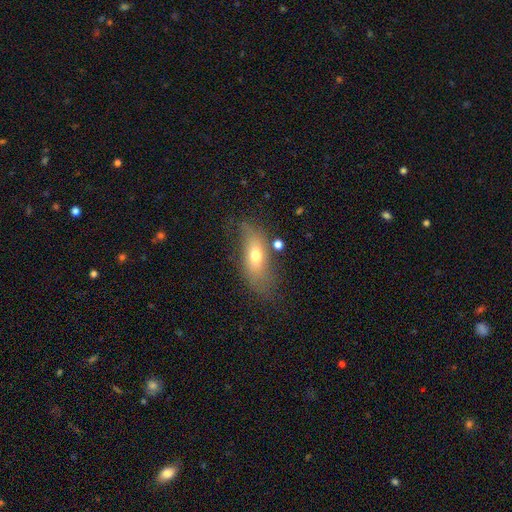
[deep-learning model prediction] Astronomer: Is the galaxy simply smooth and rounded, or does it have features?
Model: smooth — 58%.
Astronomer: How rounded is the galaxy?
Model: in between — 72%.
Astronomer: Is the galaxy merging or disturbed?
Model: none — 59%.